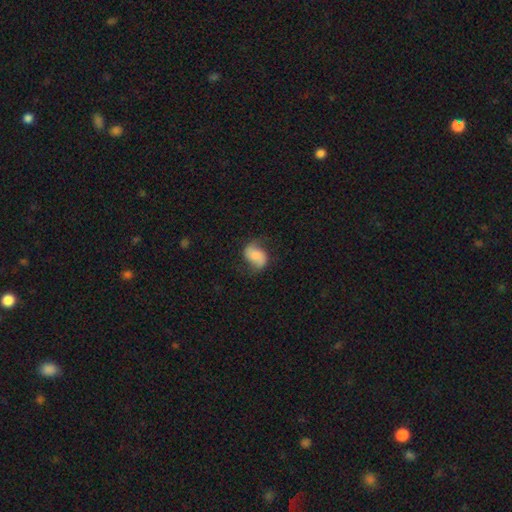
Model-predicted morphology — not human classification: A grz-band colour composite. It shows a smooth galaxy with no disk features (48%). Merging: none (63%).